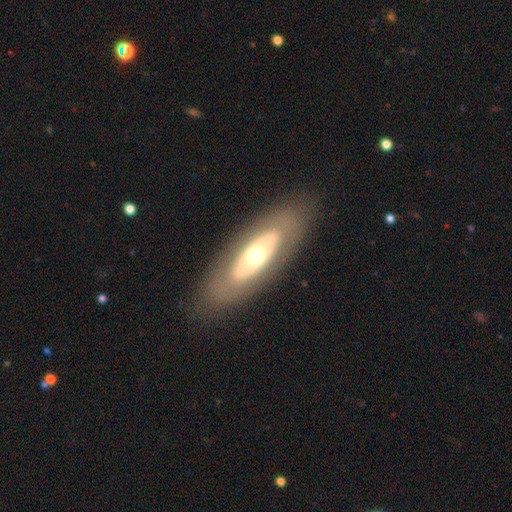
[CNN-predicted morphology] The model was most divided on "smooth or featured": featured or disk: 56%, smooth: 38%, star or artifact: 6%. More confident: merging — none (83%); edge-on disk — no (80%).